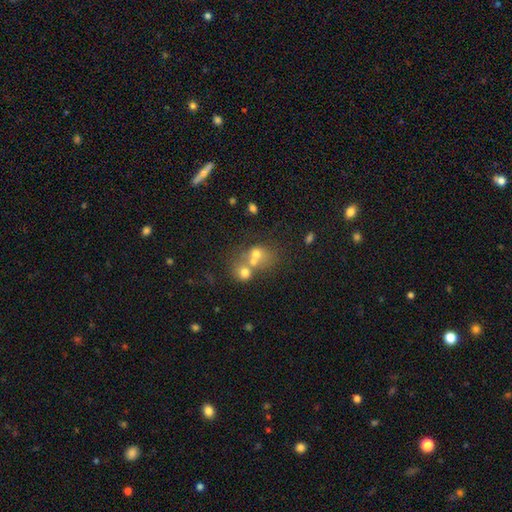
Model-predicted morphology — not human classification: Smooth or featured? smooth (56%)
How rounded? round (68%)
Merging? merger (58%)